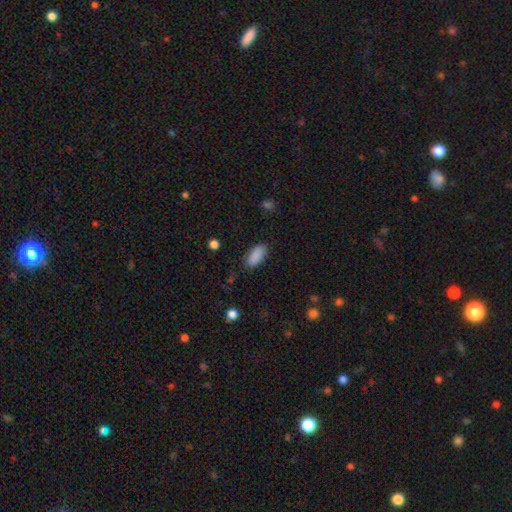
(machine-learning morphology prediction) Overall: smooth (89%). How rounded: in between (88%). Merging: none (84%).